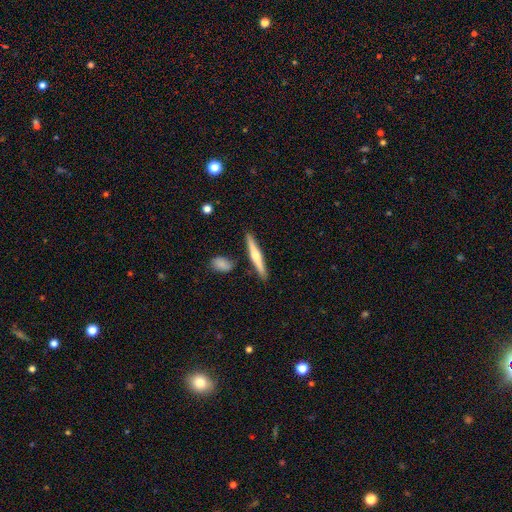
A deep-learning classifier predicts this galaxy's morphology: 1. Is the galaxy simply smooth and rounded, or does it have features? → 53% featured or disk, 42% smooth, 6% star or artifact.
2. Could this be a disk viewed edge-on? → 96% yes, 4% no.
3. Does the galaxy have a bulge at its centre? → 82% rounded, 12% none, 6% boxy.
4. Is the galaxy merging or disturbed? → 86% none, 8% minor disturbance, 4% merger, 2% major disturbance.